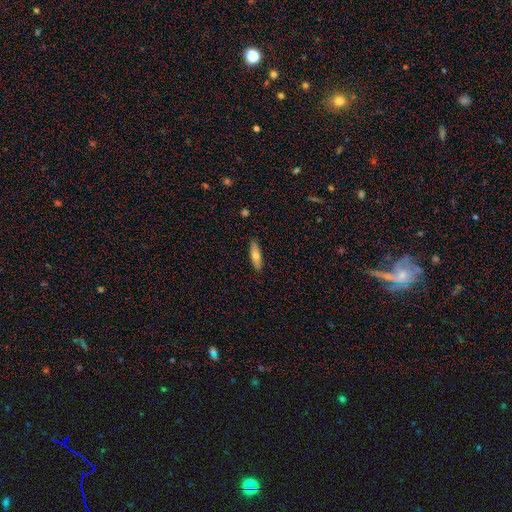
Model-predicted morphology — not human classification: This appears to be a smooth galaxy with no disk features (69%) that is in between round and cigar-shaped (50%). Merging: none (87%).